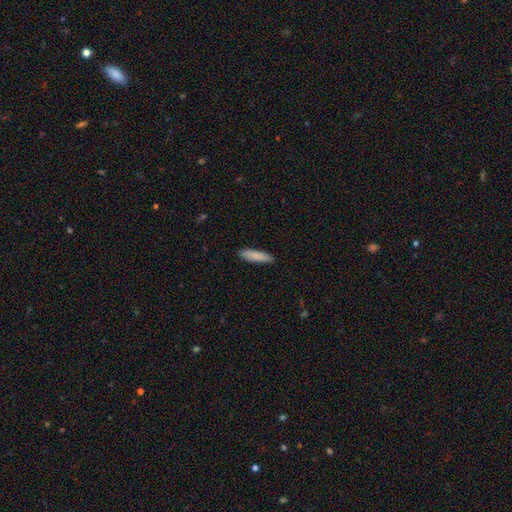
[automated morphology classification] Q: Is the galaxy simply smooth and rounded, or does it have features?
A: smooth — 86%.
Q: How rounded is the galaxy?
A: cigar-shaped — 77%.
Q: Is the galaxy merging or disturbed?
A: none — 90%.